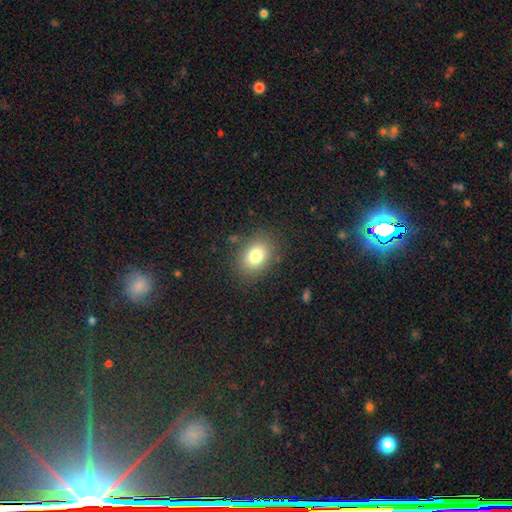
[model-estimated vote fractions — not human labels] Smooth or featured? smooth (79%)
How rounded? in between (68%)
Merging? none (84%)